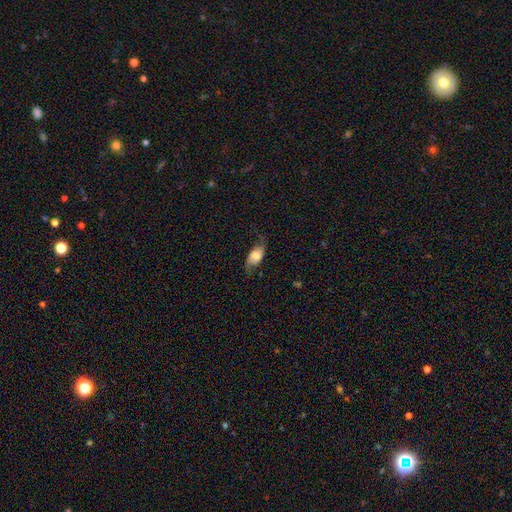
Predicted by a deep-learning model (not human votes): Smooth or featured: featured or disk — 50% (smooth — 41%)
Edge-on disk: no — 89% (yes — 11%)
Merging: none — 60% (minor disturbance — 22%)